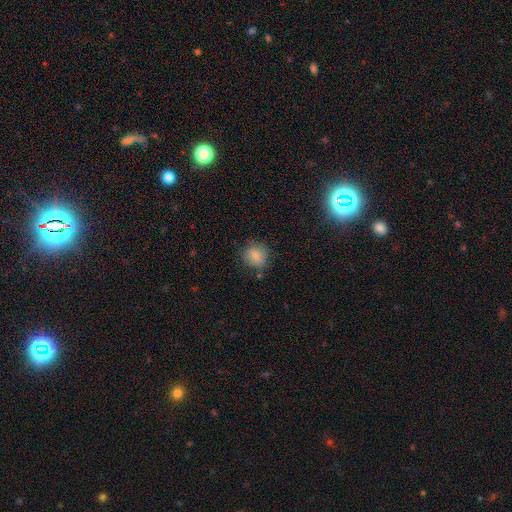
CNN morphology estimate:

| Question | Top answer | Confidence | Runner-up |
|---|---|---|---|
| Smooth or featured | smooth | 83% | star or artifact (10%) |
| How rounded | round | 75% | in between (24%) |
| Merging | none | 78% | minor disturbance (16%) |